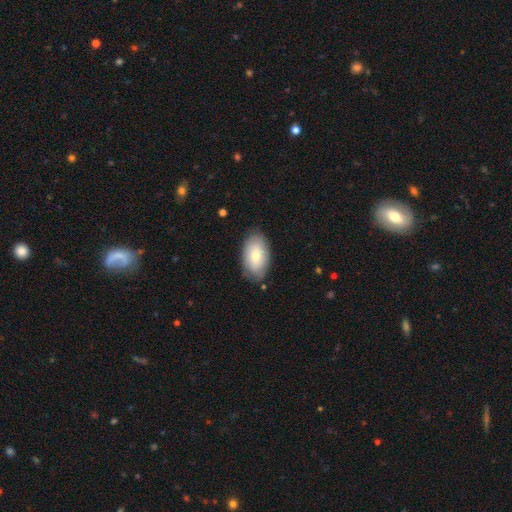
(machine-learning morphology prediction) Smooth or featured: smooth — 72% (featured or disk — 22%)
How rounded: in between — 94% (round — 5%)
Merging: none — 80% (minor disturbance — 15%)